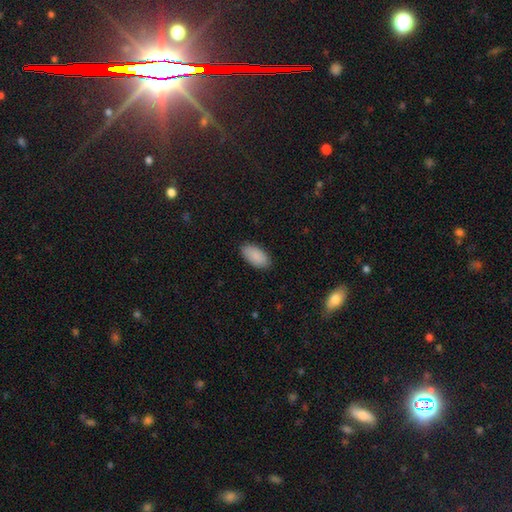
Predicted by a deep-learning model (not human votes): The model was most divided on "merging": none: 88%, minor disturbance: 9%, major disturbance: 2%, merger: 1%. More confident: how rounded — in between (95%); smooth or featured — smooth (90%).